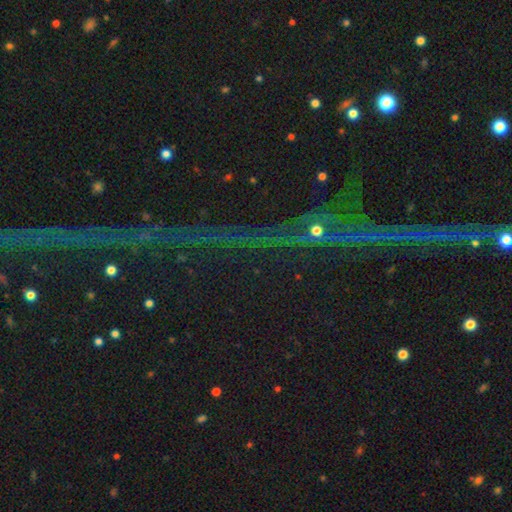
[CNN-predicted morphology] Overall: star or artifact (84%).